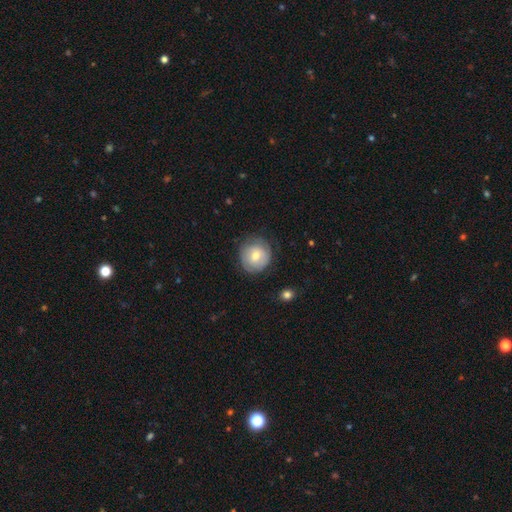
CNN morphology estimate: smooth 60%, featured or disk 33%, star or artifact 7%. Down the decision tree: how rounded — round (89%); merging — none (74%).